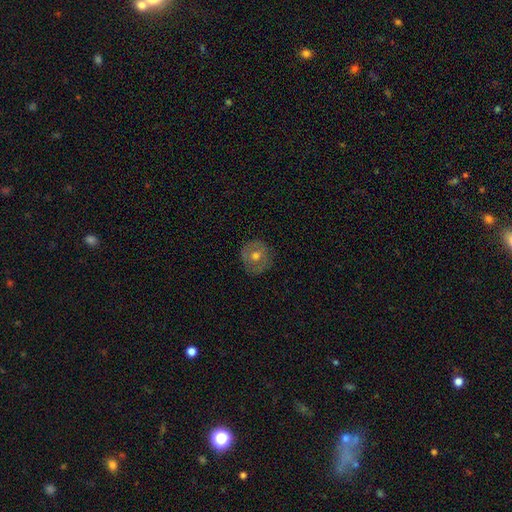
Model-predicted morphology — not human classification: This appears to be a smooth galaxy with no disk features (47%). Merging: none (86%).